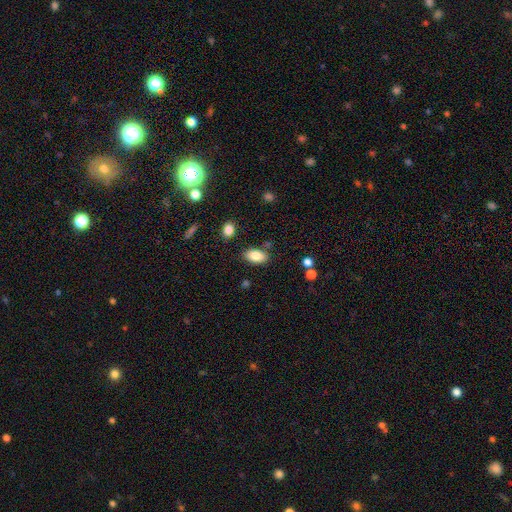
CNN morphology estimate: Smooth or featured? Predicted: smooth (p=0.86). How rounded? Predicted: in between (p=0.93). Merging? Predicted: none (p=0.82).